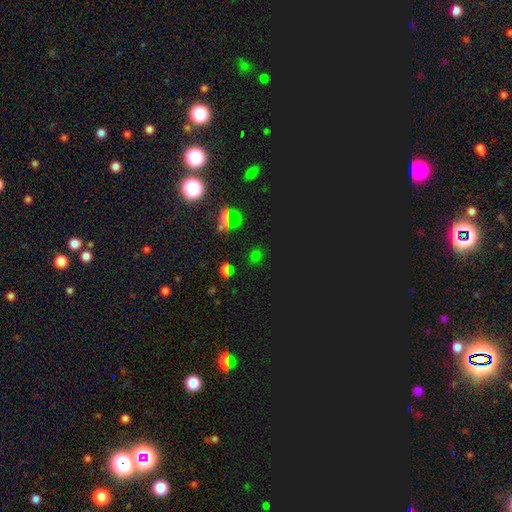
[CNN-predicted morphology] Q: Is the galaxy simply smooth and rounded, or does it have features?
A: star or artifact — 59%.